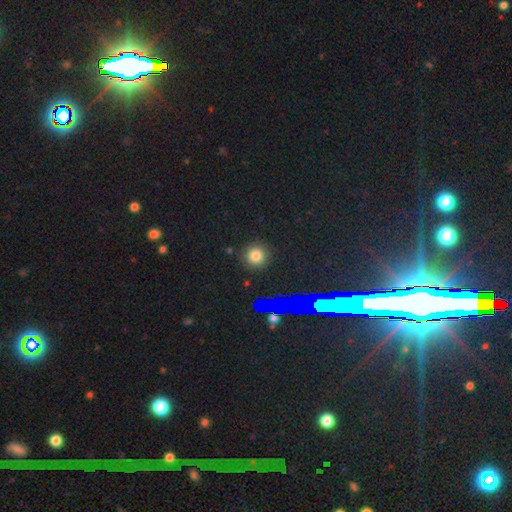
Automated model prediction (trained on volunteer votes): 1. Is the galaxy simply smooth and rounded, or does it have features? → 74% smooth, 19% star or artifact, 7% featured or disk.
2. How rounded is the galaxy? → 93% round, 5% in between, 1% cigar-shaped.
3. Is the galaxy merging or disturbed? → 90% none, 6% minor disturbance, 2% major disturbance, 2% merger.